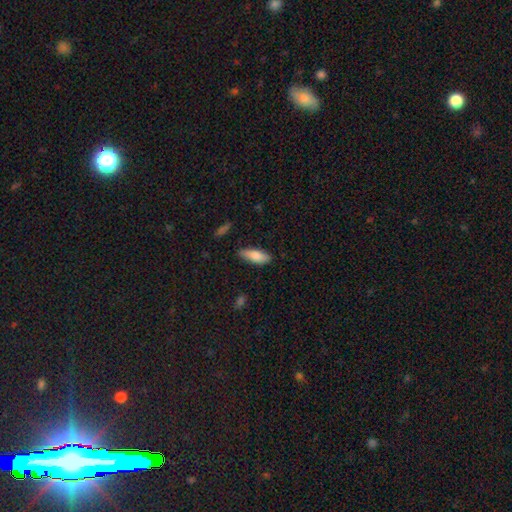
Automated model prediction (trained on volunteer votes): Smooth or featured?
  - smooth: 83% *
  - featured or disk: 11%
  - star or artifact: 6%
How rounded?
  - in between: 67% *
  - cigar-shaped: 31%
  - round: 2%
Merging?
  - none: 78% *
  - minor disturbance: 17%
  - major disturbance: 3%
  - merger: 2%